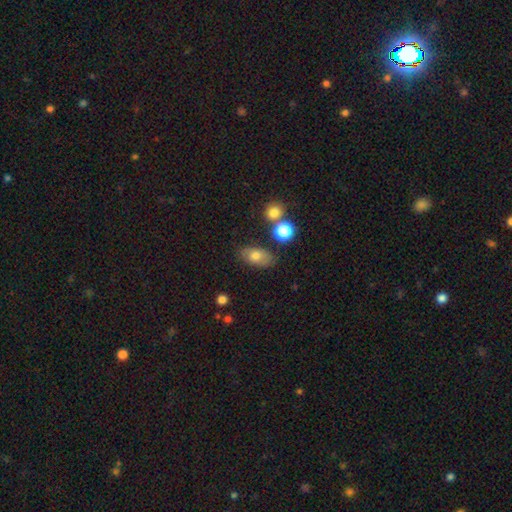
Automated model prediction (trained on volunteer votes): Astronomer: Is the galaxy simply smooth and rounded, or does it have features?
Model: smooth — 72%.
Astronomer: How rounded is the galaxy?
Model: in between — 88%.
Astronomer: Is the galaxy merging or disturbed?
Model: none — 76%.